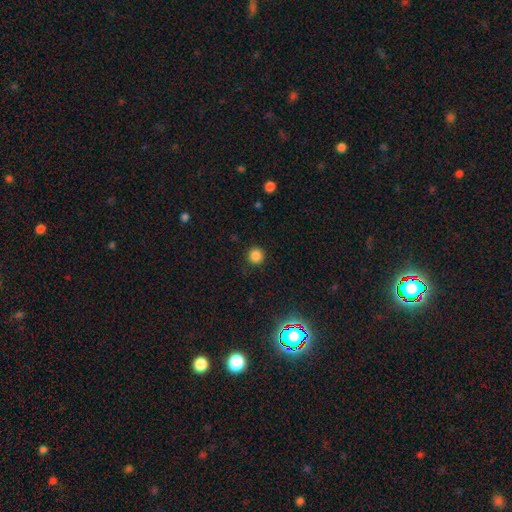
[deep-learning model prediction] smooth-or-featured: smooth: 83% | star or artifact: 13% | featured or disk: 4%
  how-rounded: round: 94% | in between: 5% | cigar-shaped: 1%
  merging: none: 90% | minor disturbance: 7% | major disturbance: 2% | merger: 1%